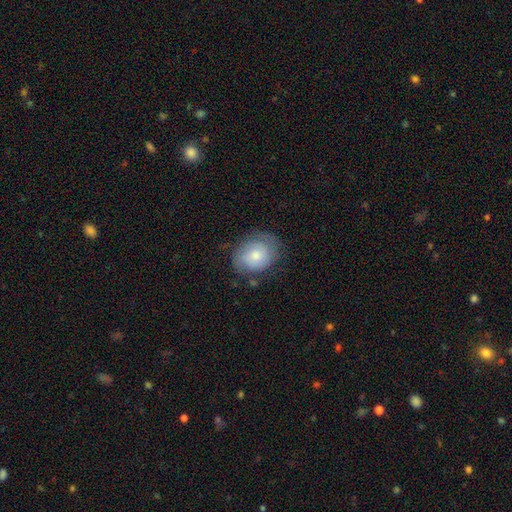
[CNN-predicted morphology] The model was most divided on "how rounded": round: 52%, in between: 47%, cigar-shaped: 1%. More confident: merging — none (67%); smooth or featured — smooth (59%).